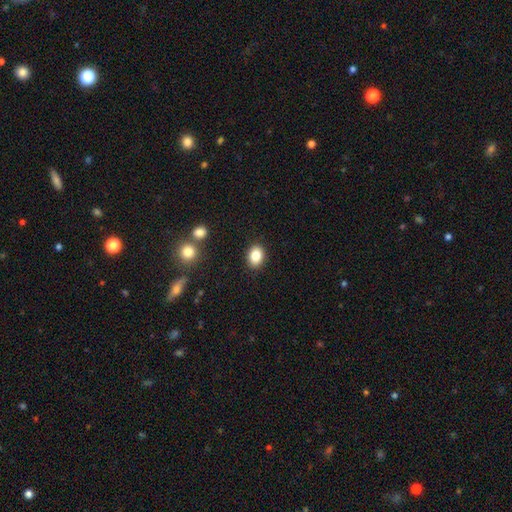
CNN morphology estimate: Smooth or featured?
  - smooth: 85% *
  - star or artifact: 9%
  - featured or disk: 6%
How rounded?
  - in between: 69% *
  - round: 30%
  - cigar-shaped: 1%
Merging?
  - none: 89% *
  - minor disturbance: 7%
  - major disturbance: 2%
  - merger: 2%